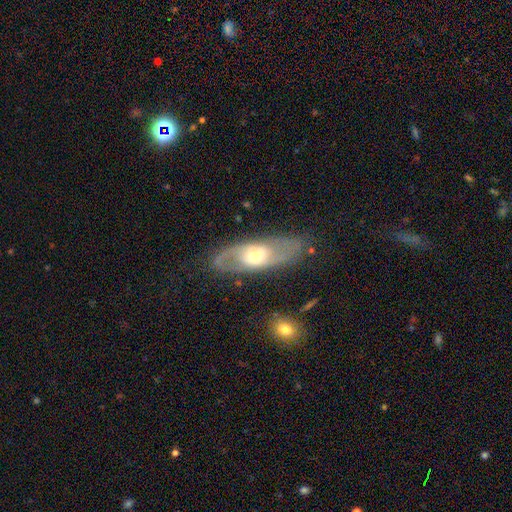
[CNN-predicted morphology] Smooth or featured: featured or disk — 70% (smooth — 24%)
Edge-on disk: no — 83% (yes — 17%)
Bar: no — 60% (weak — 31%)
Spiral arms: yes — 76% (no — 24%)
Bulge size: moderate — 60% (large — 22%)
Merging: none — 77% (minor disturbance — 14%)